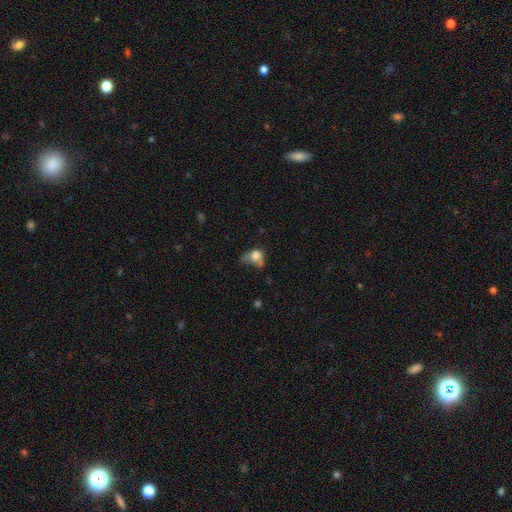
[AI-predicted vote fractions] This appears to be a smooth galaxy with no disk features (71%) that is round (50%). Merging: major disturbance (30%).